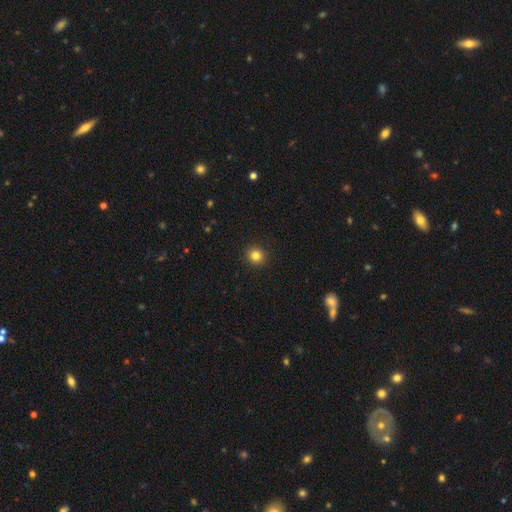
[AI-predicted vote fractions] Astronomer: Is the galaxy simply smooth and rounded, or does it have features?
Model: smooth — 82%.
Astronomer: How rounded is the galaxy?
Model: round — 94%.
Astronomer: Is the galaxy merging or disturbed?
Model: none — 93%.